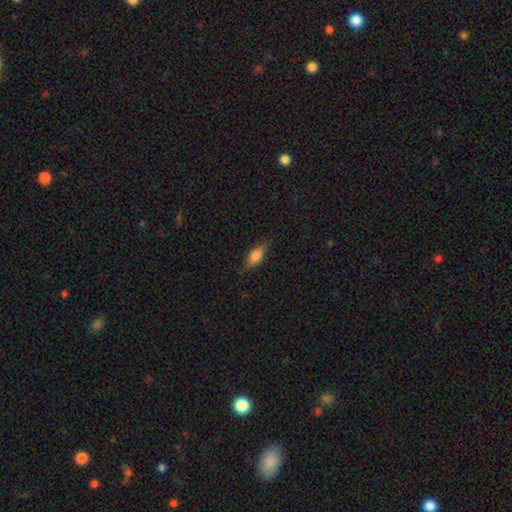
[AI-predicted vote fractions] A smooth galaxy with no disk features (72%) that is in between round and cigar-shaped (73%). Merging: none (78%).